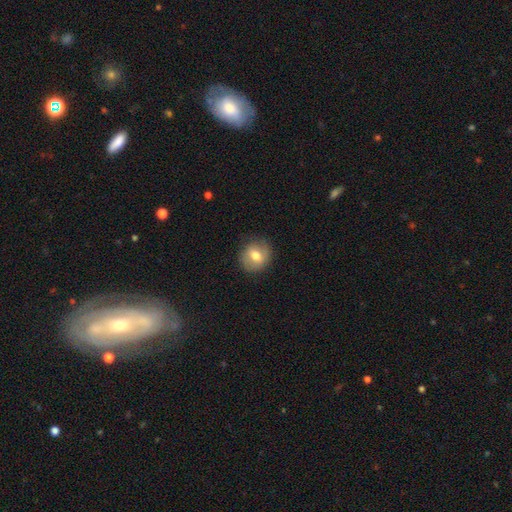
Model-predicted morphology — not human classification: Smooth or featured? smooth (67%)
How rounded? round (77%)
Merging? none (82%)